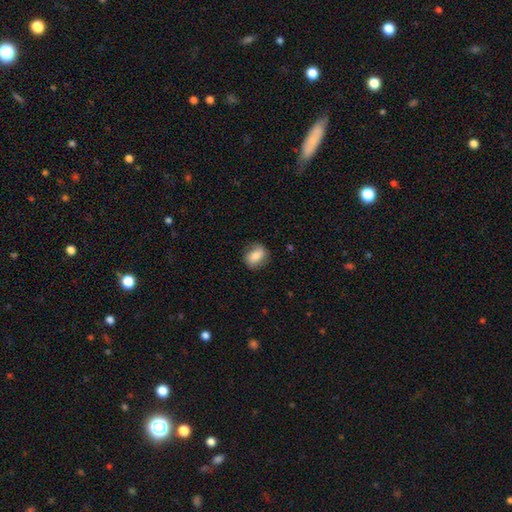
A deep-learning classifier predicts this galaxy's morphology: Smooth or featured? Predicted: smooth (p=0.72). How rounded? Predicted: in between (p=0.55). Merging? Predicted: none (p=0.77).